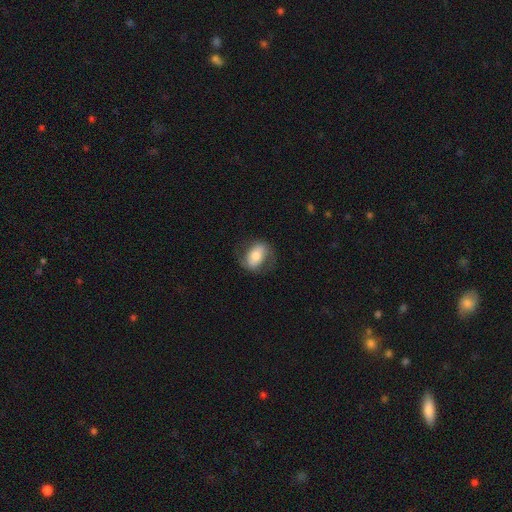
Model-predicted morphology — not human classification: This appears to be a smooth galaxy with no disk features (58%) that is in between round and cigar-shaped (80%). Merging: none (69%).